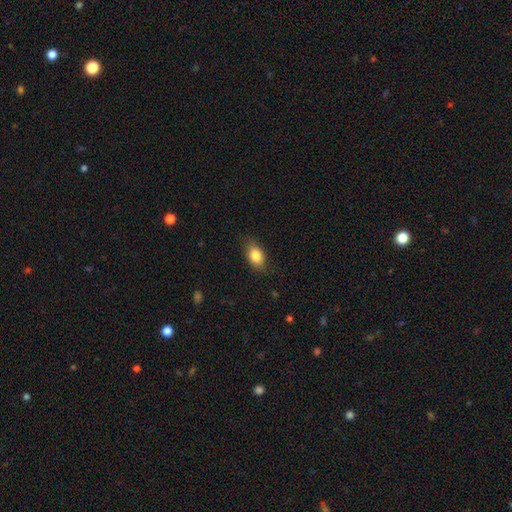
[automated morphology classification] type=smooth (84%); roundness=in between (82%); merging=none (80%).